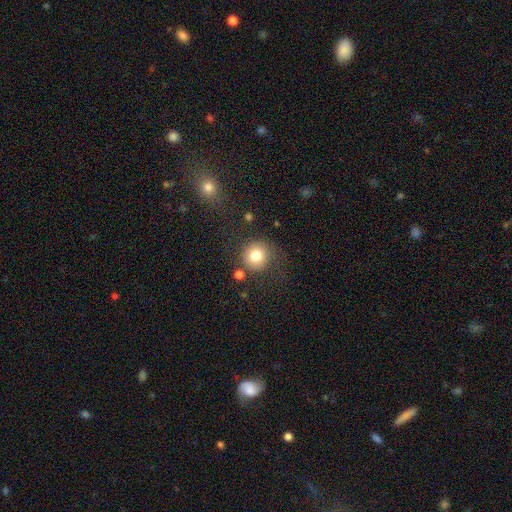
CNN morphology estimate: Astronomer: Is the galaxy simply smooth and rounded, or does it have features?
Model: smooth — 79%.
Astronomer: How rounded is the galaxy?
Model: round — 92%.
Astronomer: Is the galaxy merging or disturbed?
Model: none — 77%.